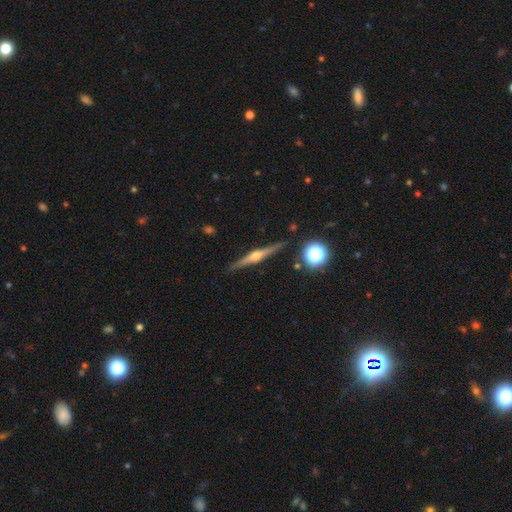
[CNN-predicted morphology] smooth-or-featured: featured or disk: 79% | smooth: 14% | star or artifact: 7%
  disk-edge-on: yes: 98% | no: 2%
    edge-on-bulge: rounded: 90% | boxy: 7% | none: 4%
  merging: none: 91% | minor disturbance: 7% | merger: 1% | major disturbance: 1%